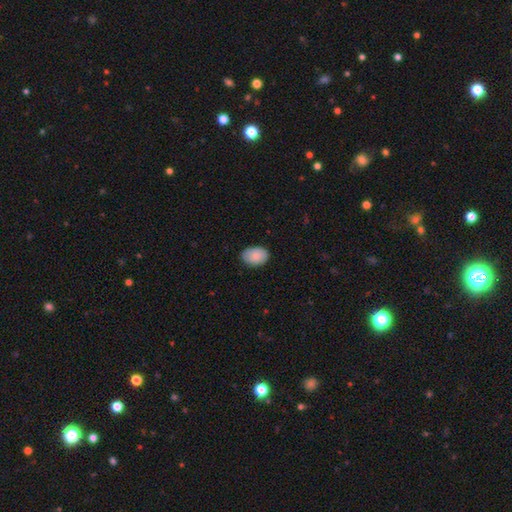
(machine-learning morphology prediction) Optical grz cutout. It shows a smooth galaxy with no disk features (84%) that is in between round and cigar-shaped (82%). Merging: none (82%).